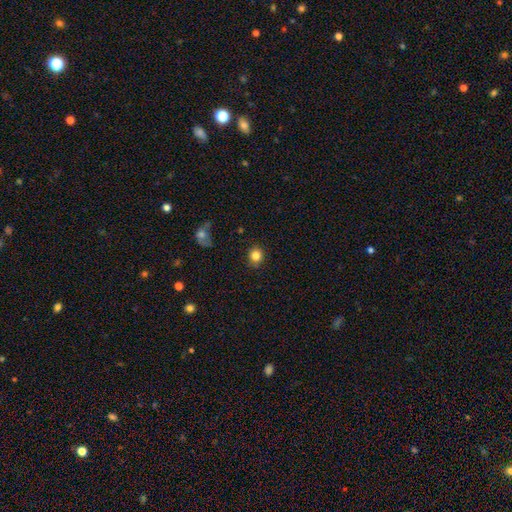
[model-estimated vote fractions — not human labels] Overall: smooth (84%). How rounded: round (83%). Merging: none (85%).